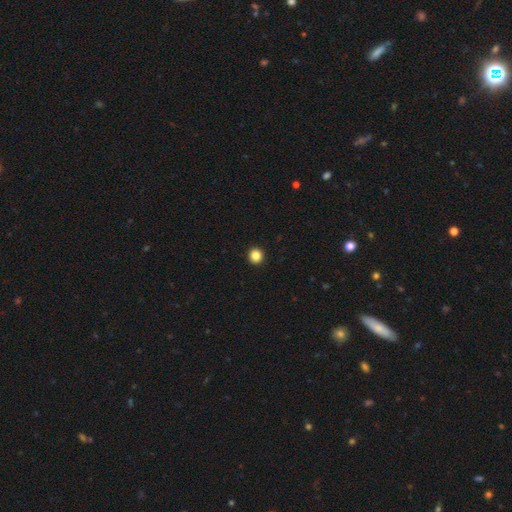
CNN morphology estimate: Smooth or featured: smooth — 86% (star or artifact — 10%)
How rounded: round — 93% (in between — 6%)
Merging: none — 94% (minor disturbance — 4%)